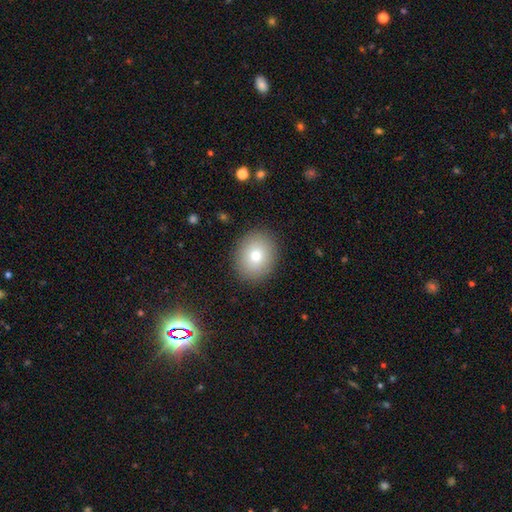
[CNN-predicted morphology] A smooth galaxy with no disk features (76%) that is round (61%).

Vote fractions:
- Smooth or featured? smooth: 76% / featured or disk: 13% / star or artifact: 11%
- How rounded? round: 61% / in between: 38% / cigar-shaped: 1%
- Merging? none: 89% / minor disturbance: 7% / major disturbance: 3% / merger: 1%